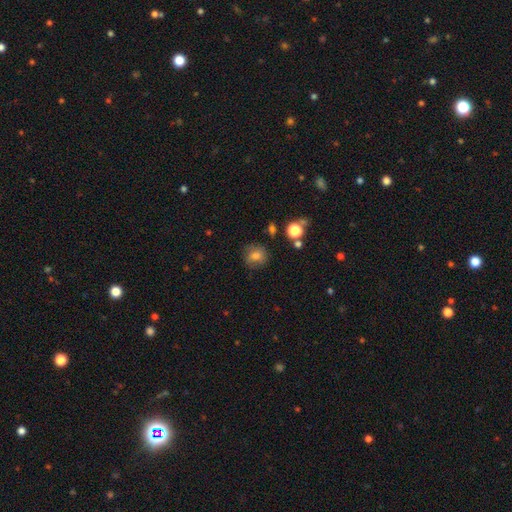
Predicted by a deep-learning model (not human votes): Smooth or featured: smooth — 75% (featured or disk — 13%)
How rounded: round — 82% (in between — 17%)
Merging: none — 77% (minor disturbance — 15%)